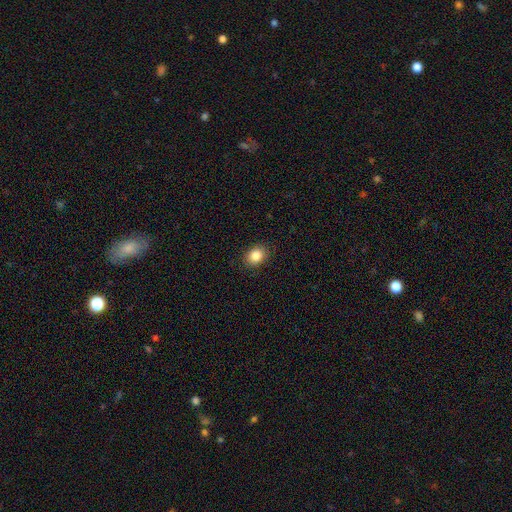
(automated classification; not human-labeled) Smooth or featured: smooth — 86% (star or artifact — 9%)
How rounded: in between — 56% (round — 43%)
Merging: none — 88% (minor disturbance — 9%)